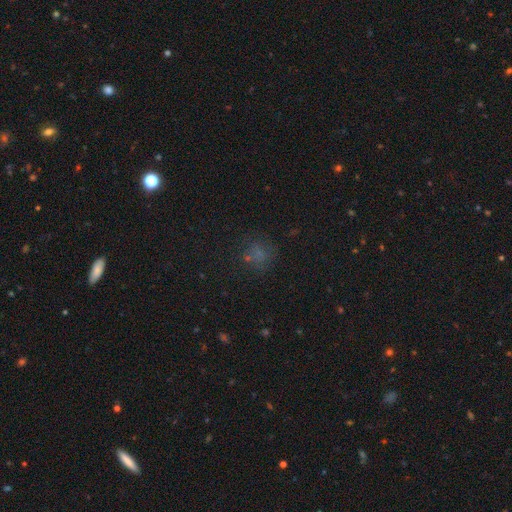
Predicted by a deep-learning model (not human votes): This appears to be a smooth galaxy with no disk features (52%) that is round (80%). Merging: none (70%).